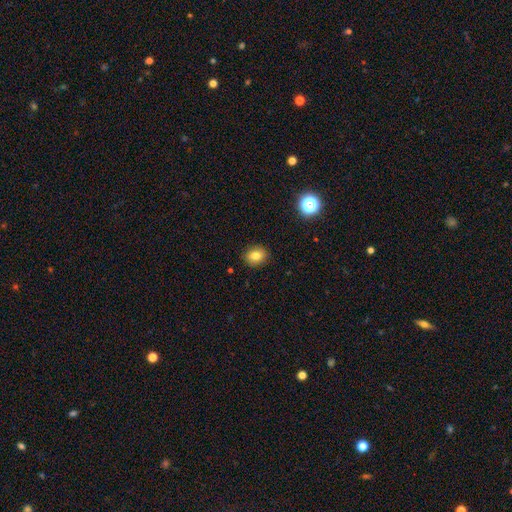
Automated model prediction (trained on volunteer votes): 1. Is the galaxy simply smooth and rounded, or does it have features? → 80% smooth, 11% star or artifact, 9% featured or disk.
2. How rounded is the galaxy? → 55% round, 44% in between, 1% cigar-shaped.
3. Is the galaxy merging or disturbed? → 89% none, 8% minor disturbance, 2% major disturbance, 1% merger.